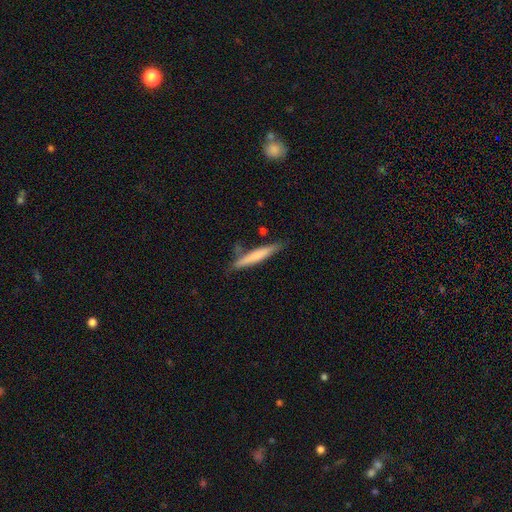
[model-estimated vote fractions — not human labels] Overall: smooth (65%; featured or disk 29%). How rounded: cigar-shaped (94%). Merging: none (79%).